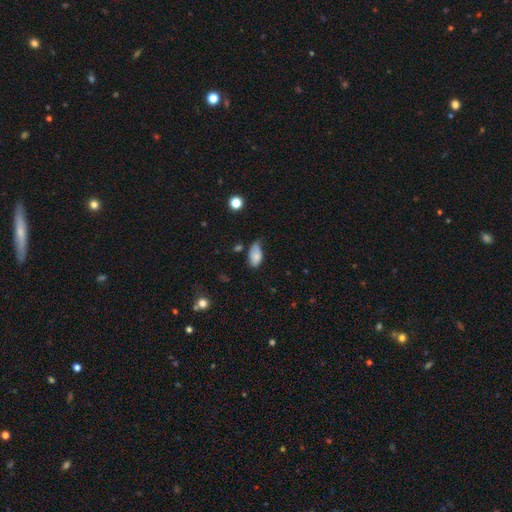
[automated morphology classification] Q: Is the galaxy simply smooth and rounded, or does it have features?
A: smooth — 78%.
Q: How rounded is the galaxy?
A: in between — 93%.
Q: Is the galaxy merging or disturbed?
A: minor disturbance — 46%.